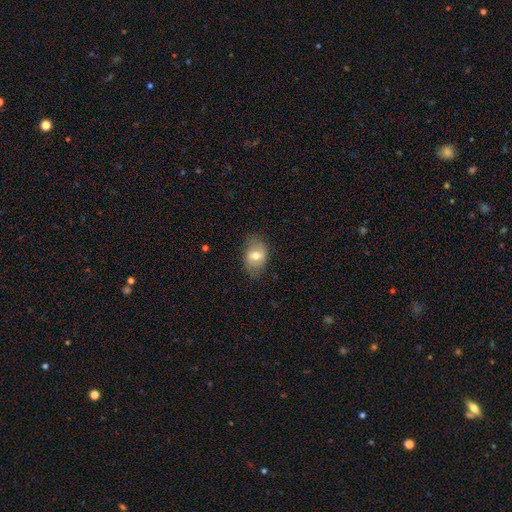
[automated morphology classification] Overall: smooth (59%; featured or disk 34%). How rounded: in between (81%). Merging: none (79%).